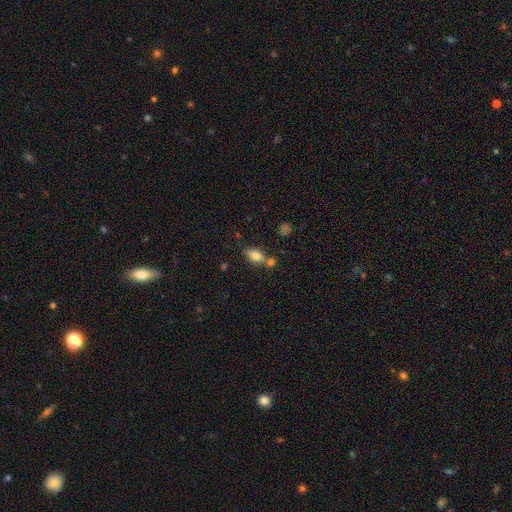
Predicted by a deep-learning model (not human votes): Smooth or featured? smooth (73%)
How rounded? in between (81%)
Merging? none (57%)